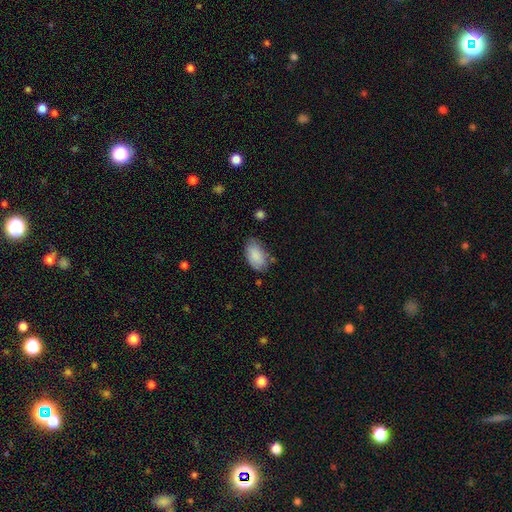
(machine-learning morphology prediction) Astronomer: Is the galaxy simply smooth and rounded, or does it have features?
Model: smooth — 85%.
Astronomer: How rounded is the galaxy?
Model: in between — 94%.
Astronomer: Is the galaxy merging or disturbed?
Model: none — 69%.